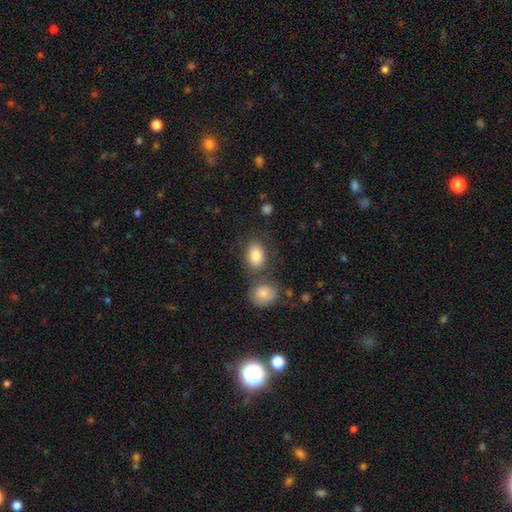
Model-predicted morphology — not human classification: Overall: smooth (84%). How rounded: in between (79%). Merging: none (62%).